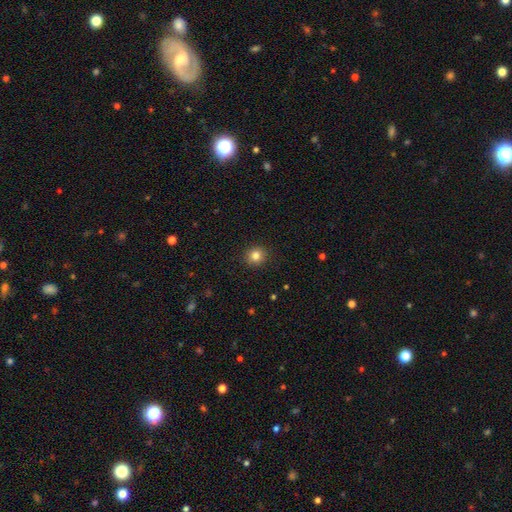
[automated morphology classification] A smooth galaxy with no disk features (82%) that is round (88%).

Vote fractions:
- Smooth or featured? smooth: 82% / star or artifact: 12% / featured or disk: 6%
- How rounded? round: 88% / in between: 11% / cigar-shaped: 1%
- Merging? none: 91% / minor disturbance: 6% / major disturbance: 2% / merger: 1%